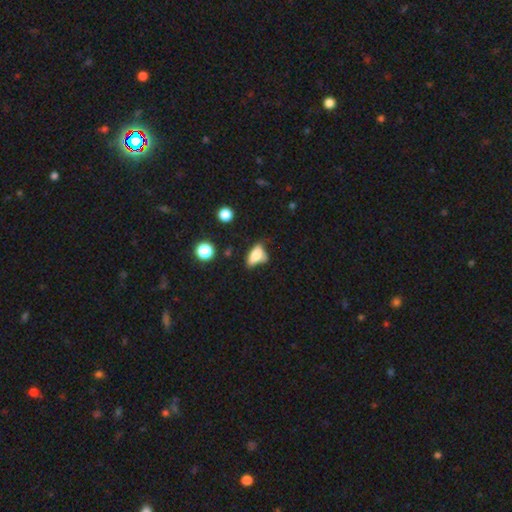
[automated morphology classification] type=smooth (70%); roundness=in between (82%); merging=none (39%).